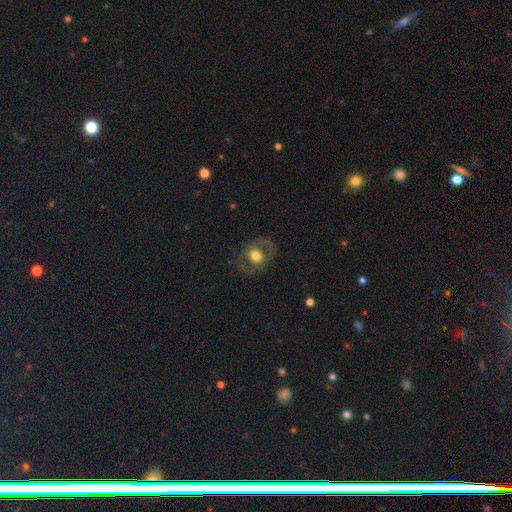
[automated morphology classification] smooth-or-featured: featured or disk: 46% (tied) | smooth: 46% (tied) | star or artifact: 8%
  merging: none: 76% | minor disturbance: 13% | major disturbance: 10% | merger: 1%